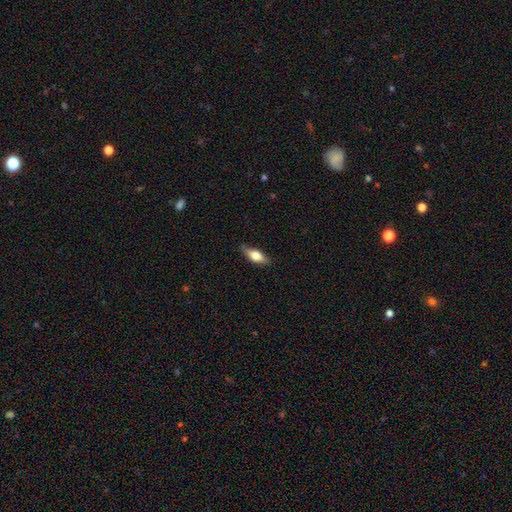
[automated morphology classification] This appears to be a smooth galaxy with no disk features (60%) that is in between round and cigar-shaped (69%). Merging: none (77%).